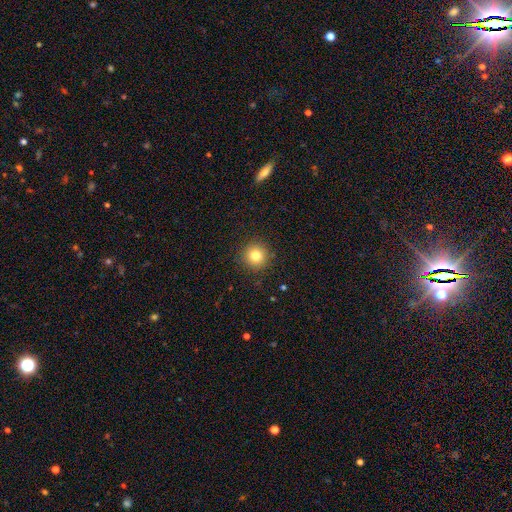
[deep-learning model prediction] This is clearly a smooth galaxy (81%). How rounded: clearly round (94%). Merging: clearly none (90%).